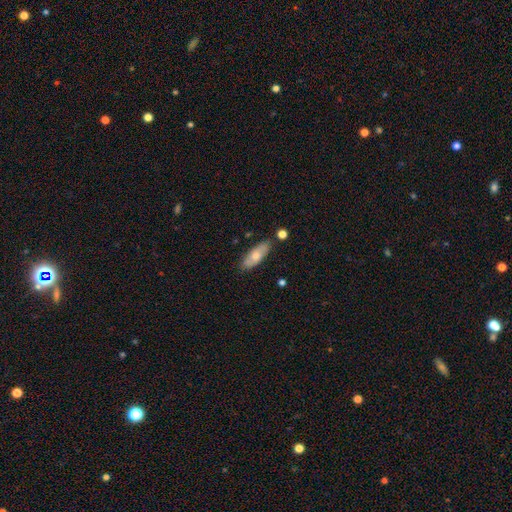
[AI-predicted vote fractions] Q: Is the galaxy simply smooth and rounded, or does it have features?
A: smooth — 67%.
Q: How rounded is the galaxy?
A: in between — 70%.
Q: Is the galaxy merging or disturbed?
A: none — 80%.